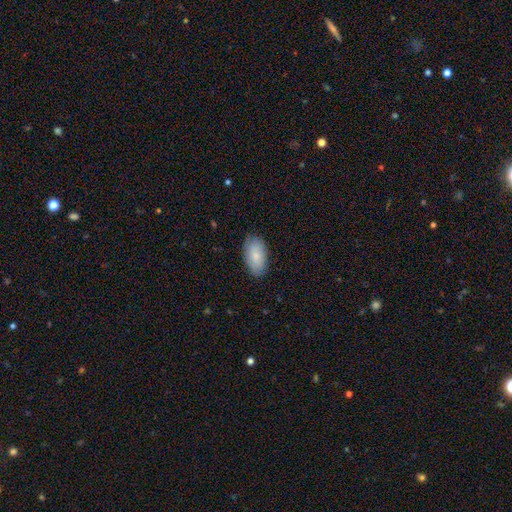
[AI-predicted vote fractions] The model was most divided on "merging": none: 84%, minor disturbance: 13%, major disturbance: 2%, merger: 1%. More confident: how rounded — in between (95%); smooth or featured — smooth (85%).